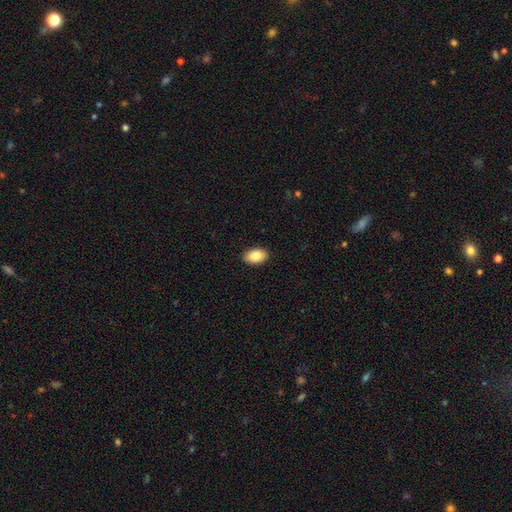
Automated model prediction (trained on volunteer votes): A smooth galaxy with no disk features (86%) that is in between round and cigar-shaped (91%).

Vote fractions:
- Smooth or featured? smooth: 86% / star or artifact: 7% / featured or disk: 7%
- How rounded? in between: 91% / round: 8% / cigar-shaped: 1%
- Merging? none: 91% / minor disturbance: 7% / major disturbance: 2% / merger: 1%